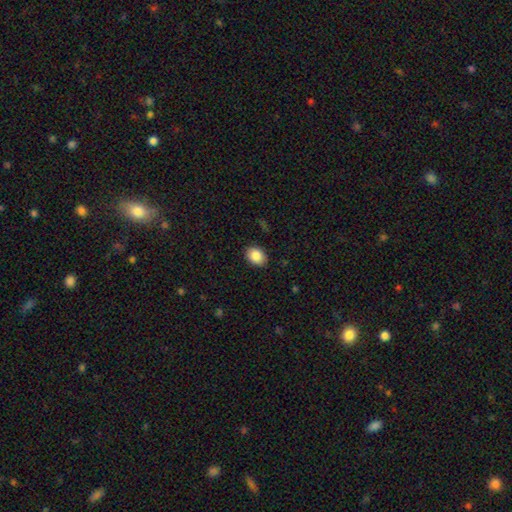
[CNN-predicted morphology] This appears to be a smooth galaxy with no disk features (87%) that is in between round and cigar-shaped (71%). Merging: none (89%).